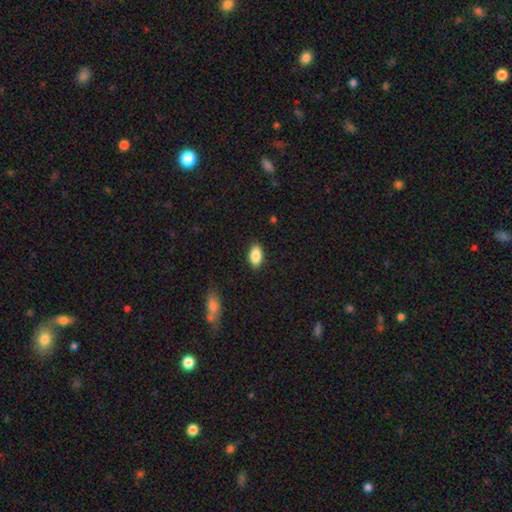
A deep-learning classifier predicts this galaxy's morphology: smooth-or-featured: smooth: 87% | star or artifact: 7% | featured or disk: 6%
  how-rounded: in between: 92% | round: 4% | cigar-shaped: 4%
  merging: none: 88% | minor disturbance: 9% | major disturbance: 2% | merger: 1%